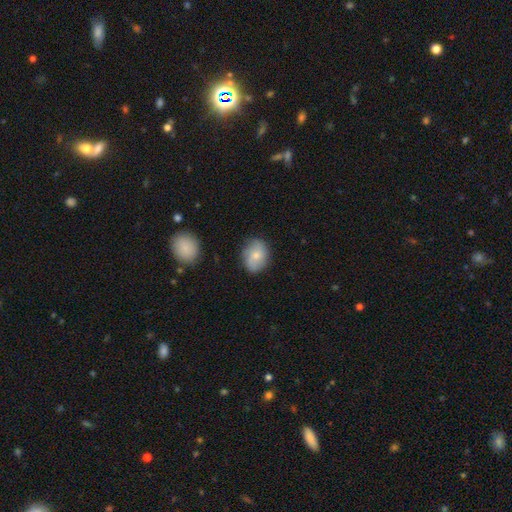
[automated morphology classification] smooth_or_featured: smooth (p=0.60) [alt: featured or disk p=0.32]
how_rounded: in between (p=0.54) [alt: round p=0.45]
merging: none (p=0.76) [alt: minor disturbance p=0.17]